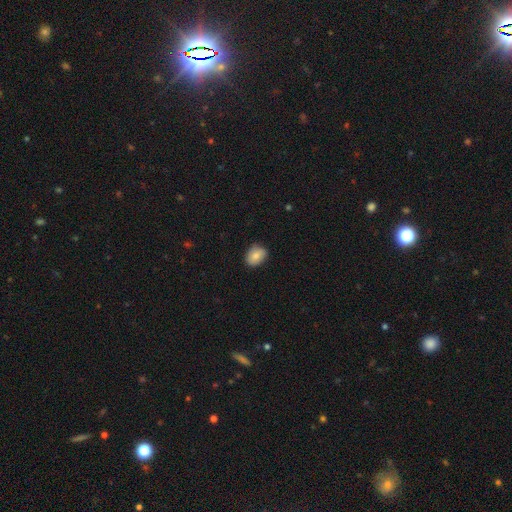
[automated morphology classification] Overall: smooth (81%). How rounded: in between (64%; round 35%). Merging: none (81%).